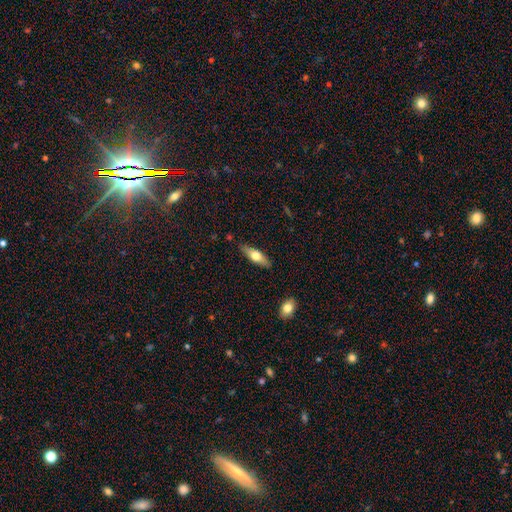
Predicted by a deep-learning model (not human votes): smooth-or-featured: smooth: 50% | featured or disk: 44% | star or artifact: 6%
  how-rounded: cigar-shaped: 52% | in between: 45% | round: 3%
  merging: none: 85% | minor disturbance: 11% | major disturbance: 2% | merger: 2%